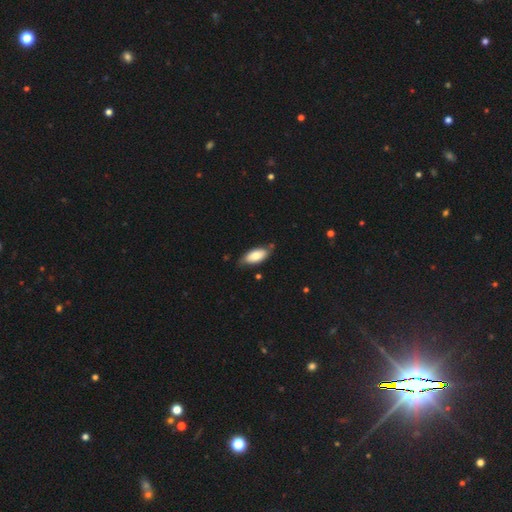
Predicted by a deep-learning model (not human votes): The model was most divided on "merging": none: 73%, minor disturbance: 22%, major disturbance: 3%, merger: 2%. More confident: how rounded — in between (88%); smooth or featured — smooth (79%).